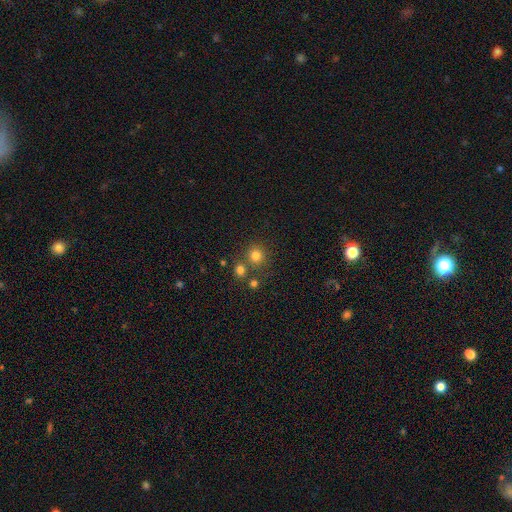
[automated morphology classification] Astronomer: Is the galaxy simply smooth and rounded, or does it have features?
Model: smooth — 77%.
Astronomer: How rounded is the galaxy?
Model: round — 91%.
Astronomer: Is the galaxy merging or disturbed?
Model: none — 73%.